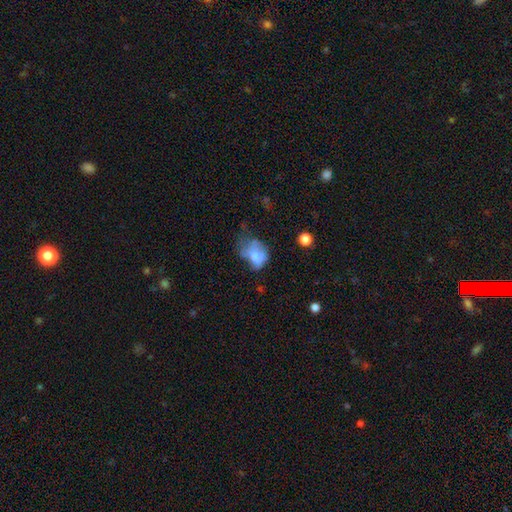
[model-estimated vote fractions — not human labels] smooth 58%, featured or disk 31%, star or artifact 11%. Down the decision tree: how rounded — in between (64%); merging — major disturbance (38%).